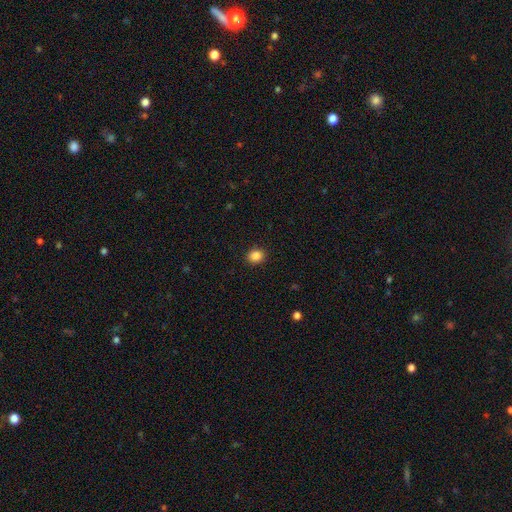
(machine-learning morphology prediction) A smooth galaxy with no disk features (86%) that is round (70%).

Vote fractions:
- Smooth or featured? smooth: 86% / star or artifact: 10% / featured or disk: 3%
- How rounded? round: 70% / in between: 29% / cigar-shaped: 1%
- Merging? none: 91% / minor disturbance: 6% / major disturbance: 2% / merger: 1%